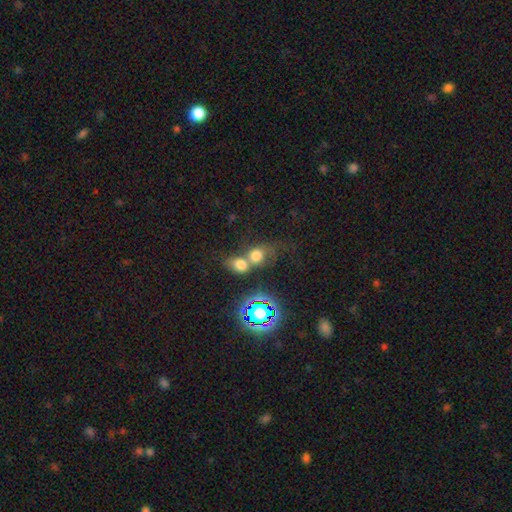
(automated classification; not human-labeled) Smooth or featured? smooth (67%)
How rounded? round (59%)
Merging? merger (63%)